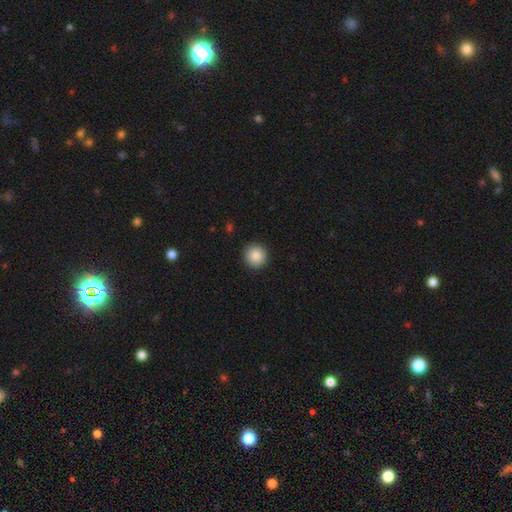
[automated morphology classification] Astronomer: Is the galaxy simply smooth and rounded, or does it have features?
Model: smooth — 87%.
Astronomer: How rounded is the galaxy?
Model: round — 96%.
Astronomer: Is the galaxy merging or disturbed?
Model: none — 93%.